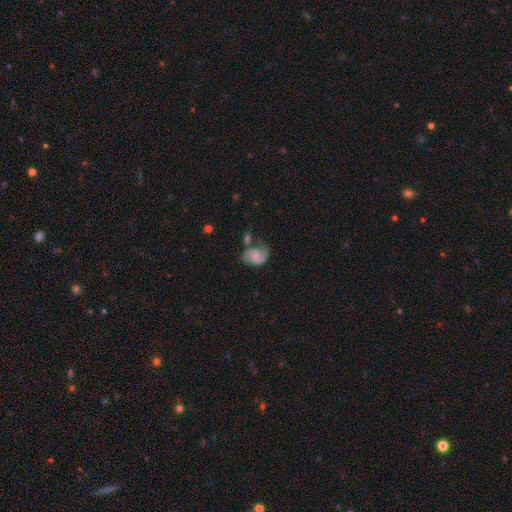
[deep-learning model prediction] The model was most divided on "bulge size": none: 49%, small: 33%, moderate: 14%, large: 3%, dominant: 1%. Remaining: edge-on disk — no (98%); spiral arms — yes (93%); spiral arm count — 2 (75%); smooth or featured — featured or disk (73%); bar — no (56%); spiral winding — medium (47%); merging — none (43%).